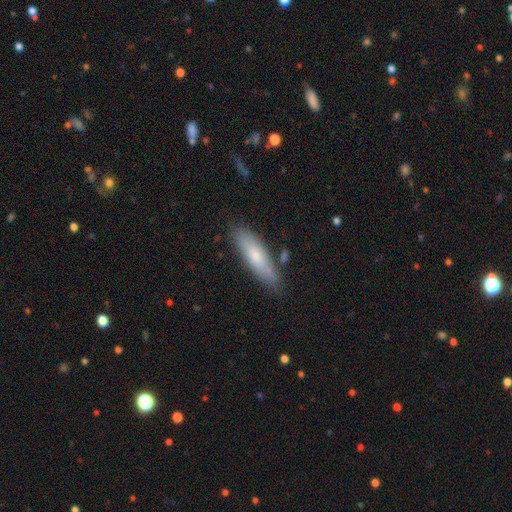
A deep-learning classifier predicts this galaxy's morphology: This appears to be a smooth galaxy with no disk features (74%) that is cigar-shaped (60%). Merging: none (78%).